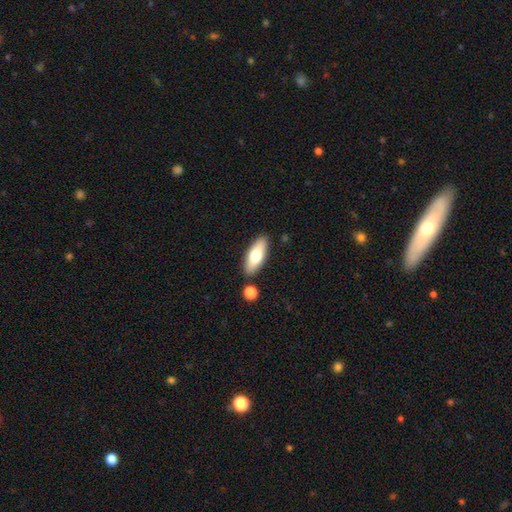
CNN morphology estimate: Q: Smooth or featured?
A: smooth (67%); runner-up: featured or disk (27%)
Q: How rounded?
A: in between (70%); runner-up: cigar-shaped (28%)
Q: Merging?
A: none (84%); runner-up: minor disturbance (9%)